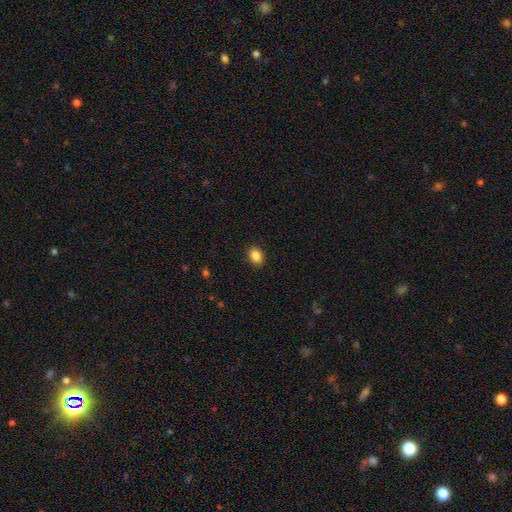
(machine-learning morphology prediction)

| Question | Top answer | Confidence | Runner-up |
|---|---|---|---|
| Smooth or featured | smooth | 87% | star or artifact (9%) |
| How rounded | in between | 68% | round (31%) |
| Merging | none | 90% | minor disturbance (7%) |